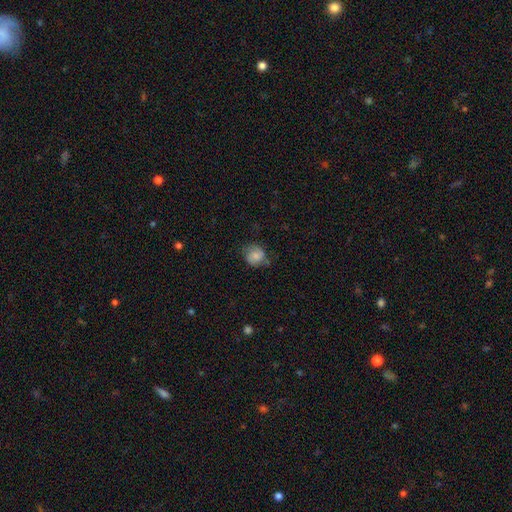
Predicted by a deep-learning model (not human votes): smooth 71%, featured or disk 20%, star or artifact 9%. Down the decision tree: how rounded — round (78%); merging — none (64%).